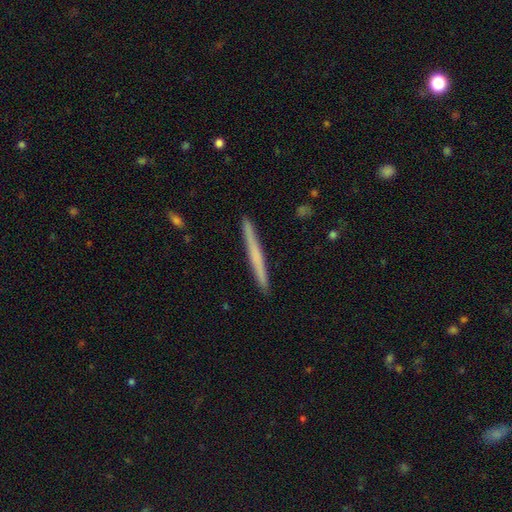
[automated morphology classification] Smooth or featured? smooth (53%)
How rounded? cigar-shaped (97%)
Merging? none (93%)